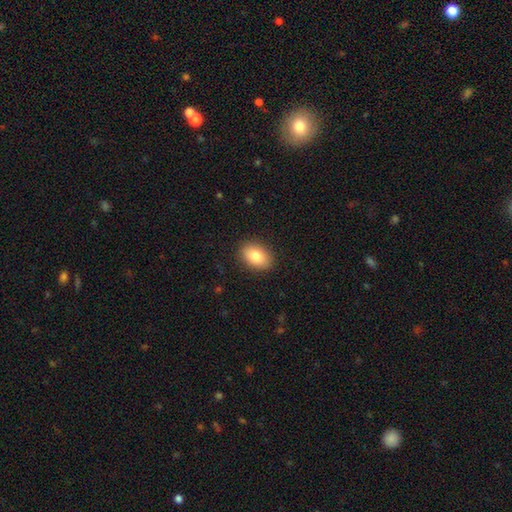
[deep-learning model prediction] A smooth galaxy with no disk features (83%) that is in between round and cigar-shaped (83%).

Vote fractions:
- Smooth or featured? smooth: 83% / featured or disk: 9% / star or artifact: 8%
- How rounded? in between: 83% / round: 16% / cigar-shaped: 1%
- Merging? none: 89% / minor disturbance: 8% / major disturbance: 2% / merger: 1%